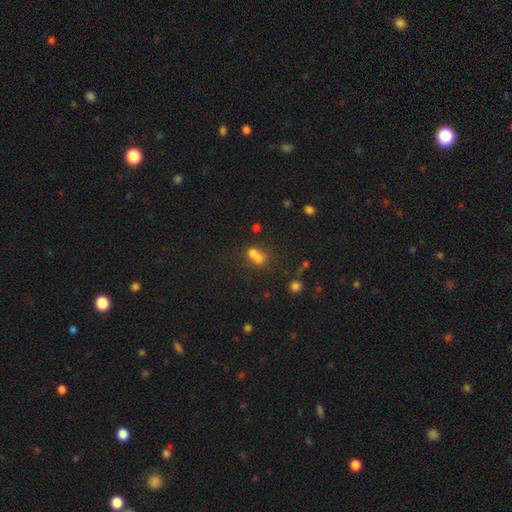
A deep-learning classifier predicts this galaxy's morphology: type=smooth (62%); roundness=round (65%); merging=merger (62%).